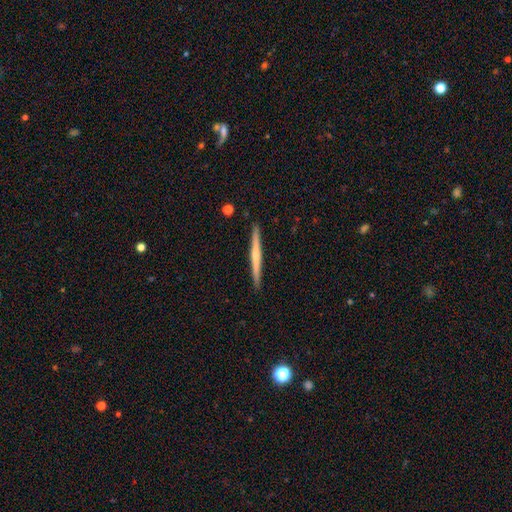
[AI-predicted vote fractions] A featured or disk galaxy (52%) viewed edge-on (98%) with no central bulge (53%).

Vote fractions:
- Smooth or featured? featured or disk: 52% / smooth: 42% / star or artifact: 5%
- Edge-on disk? yes: 98% / no: 2%
- Edge-on bulge? none: 53% / rounded: 41% / boxy: 6%
- Merging? none: 92% / minor disturbance: 5% / major disturbance: 1% / merger: 1%